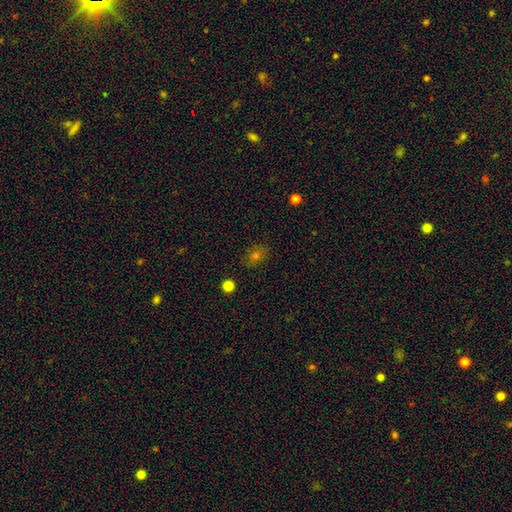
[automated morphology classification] This appears to be a smooth galaxy with no disk features (64%) that is in between round and cigar-shaped (57%). Merging: none (83%).